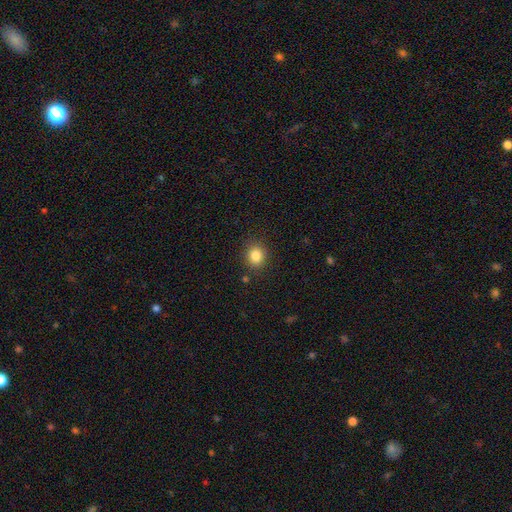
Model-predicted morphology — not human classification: The model was most divided on "how rounded": round: 76%, in between: 23%, cigar-shaped: 1%. More confident: merging — none (87%); smooth or featured — smooth (83%).